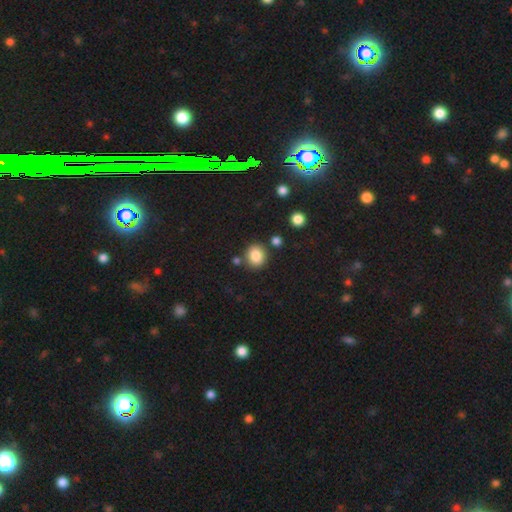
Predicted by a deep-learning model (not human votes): Smooth or featured?
  - smooth: 84% *
  - star or artifact: 10%
  - featured or disk: 6%
How rounded?
  - round: 80% *
  - in between: 19%
  - cigar-shaped: 1%
Merging?
  - none: 80% *
  - minor disturbance: 9%
  - merger: 8%
  - major disturbance: 3%